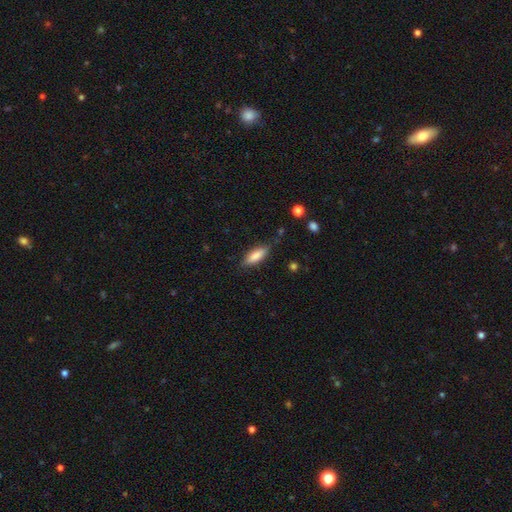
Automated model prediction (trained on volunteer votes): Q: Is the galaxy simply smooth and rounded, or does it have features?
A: smooth — 81%.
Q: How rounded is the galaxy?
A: in between — 65%.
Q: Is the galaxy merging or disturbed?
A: none — 77%.